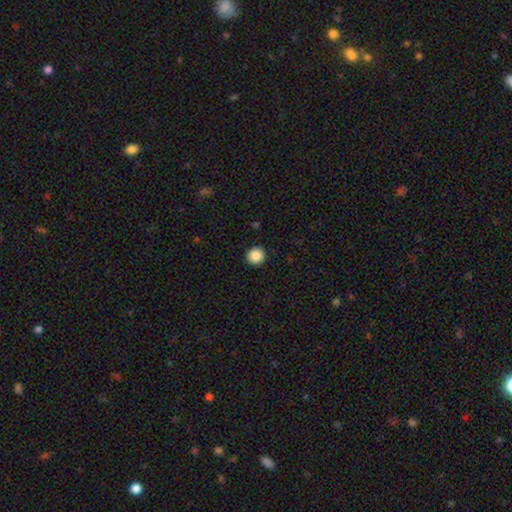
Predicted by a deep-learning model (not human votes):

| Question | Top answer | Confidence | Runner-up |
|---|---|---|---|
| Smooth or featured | smooth | 88% | star or artifact (9%) |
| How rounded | round | 94% | in between (5%) |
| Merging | none | 92% | minor disturbance (5%) |